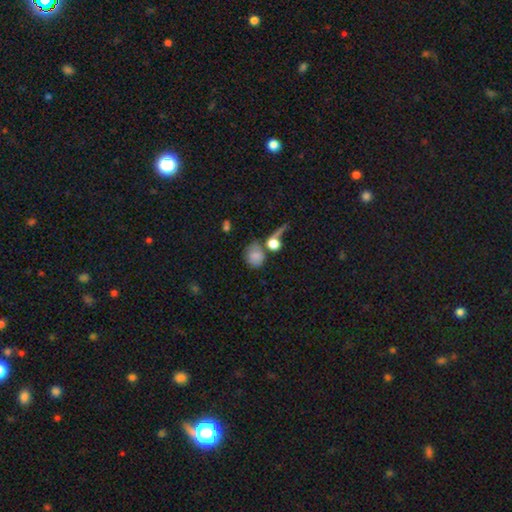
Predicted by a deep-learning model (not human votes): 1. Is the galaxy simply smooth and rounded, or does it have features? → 76% smooth, 12% featured or disk, 11% star or artifact.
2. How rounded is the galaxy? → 70% round, 29% in between, 2% cigar-shaped.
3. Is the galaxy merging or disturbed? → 53% none, 20% merger, 17% minor disturbance, 10% major disturbance.